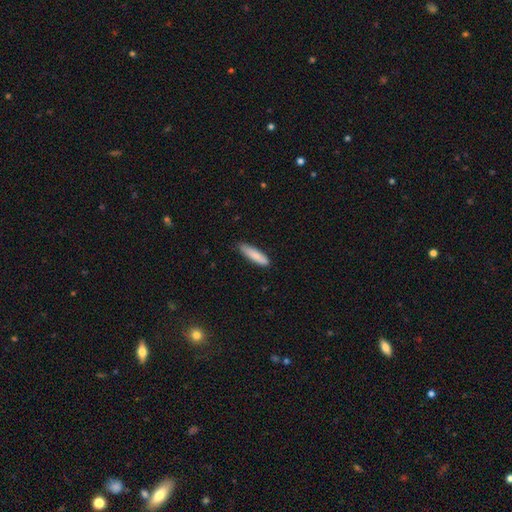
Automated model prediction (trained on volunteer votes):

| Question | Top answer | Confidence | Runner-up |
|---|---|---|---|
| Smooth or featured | smooth | 84% | featured or disk (10%) |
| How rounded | cigar-shaped | 68% | in between (31%) |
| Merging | none | 81% | minor disturbance (15%) |